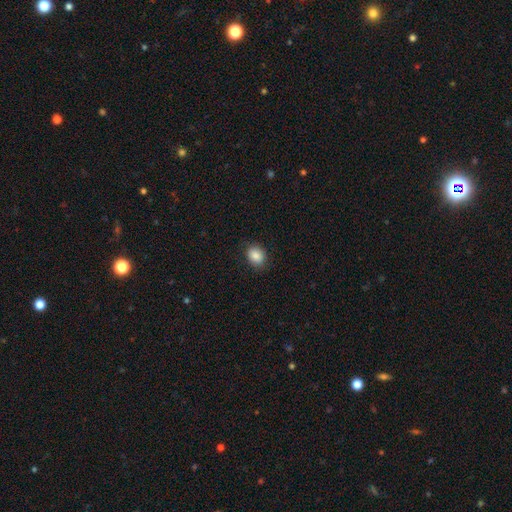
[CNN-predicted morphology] Overall: smooth (87%). How rounded: in between (56%; round 43%). Merging: none (85%).